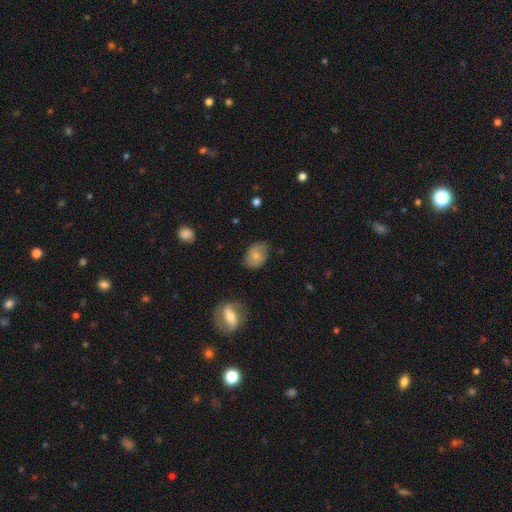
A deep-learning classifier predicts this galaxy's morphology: smooth_or_featured: smooth (p=0.61) [alt: featured or disk p=0.30]
how_rounded: in between (p=0.71) [alt: round p=0.28]
merging: none (p=0.75) [alt: minor disturbance p=0.18]